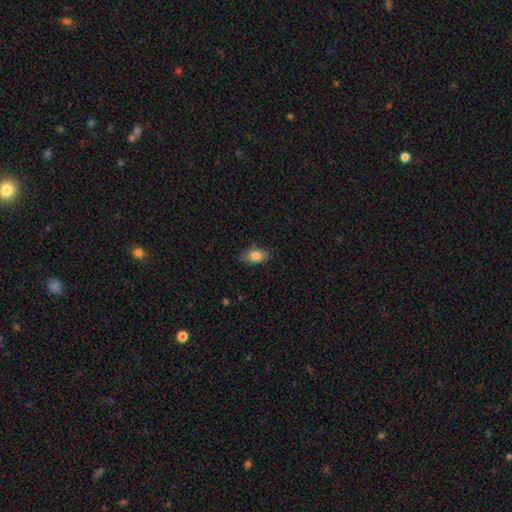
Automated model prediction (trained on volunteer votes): This appears to be a smooth galaxy with no disk features (81%) that is in between round and cigar-shaped (87%). Merging: none (77%).